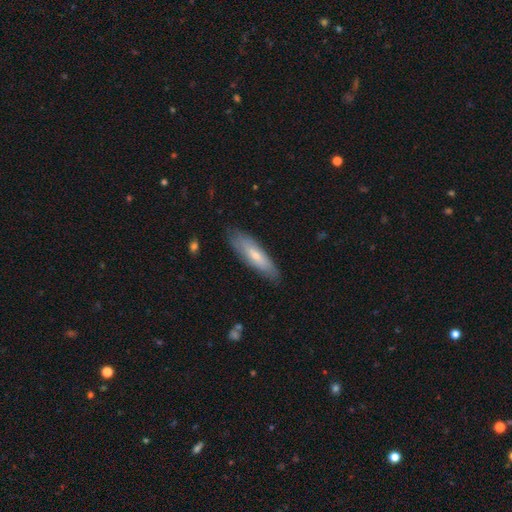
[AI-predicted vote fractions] This appears to be a smooth galaxy with no disk features (61%) that is cigar-shaped (63%). Merging: none (81%).